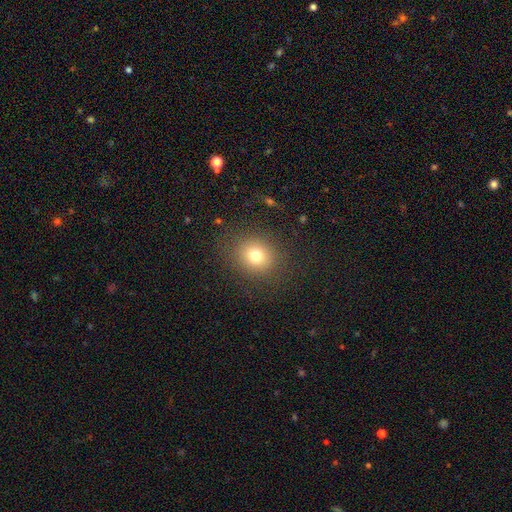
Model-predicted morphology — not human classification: This is likely a smooth galaxy (75%). How rounded: likely round (76%). Merging: clearly none (85%).